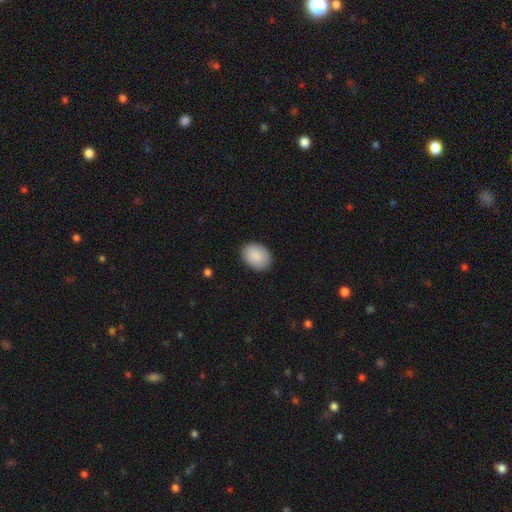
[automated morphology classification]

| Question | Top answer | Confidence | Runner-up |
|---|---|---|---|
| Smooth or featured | smooth | 90% | star or artifact (6%) |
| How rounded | in between | 76% | round (23%) |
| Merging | none | 87% | minor disturbance (10%) |